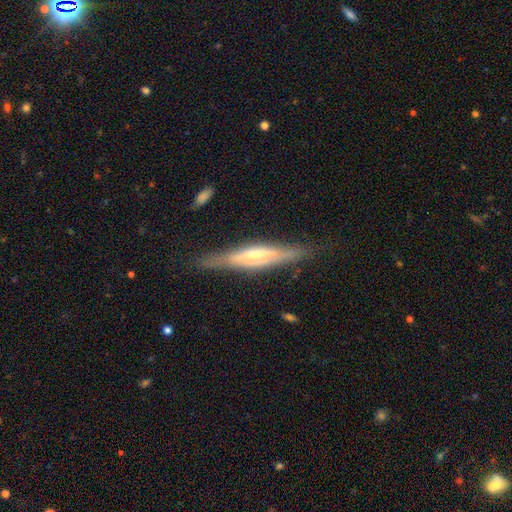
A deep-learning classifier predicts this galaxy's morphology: Overall: featured or disk (70%). Edge-on disk: yes (93%). Edge-on bulge: rounded (63%). Merging: none (82%).